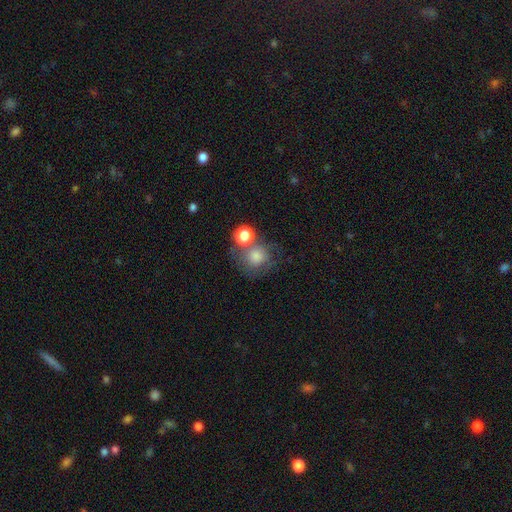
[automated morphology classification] This is likely a smooth galaxy (68%). How rounded: clearly round (84%). Merging: possibly none (50%).